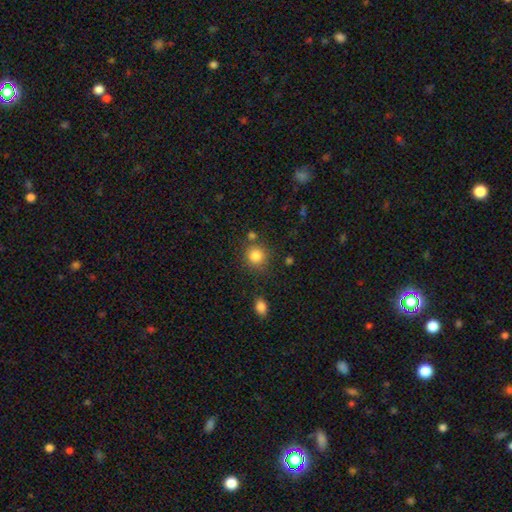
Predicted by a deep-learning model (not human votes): This appears to be a smooth galaxy with no disk features (85%) that is round (89%). Merging: none (78%).